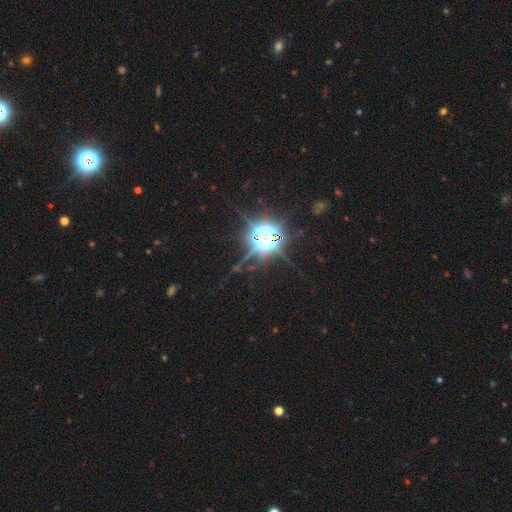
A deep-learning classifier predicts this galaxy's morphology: smooth-or-featured: star or artifact: 82% | smooth: 12% | featured or disk: 6%